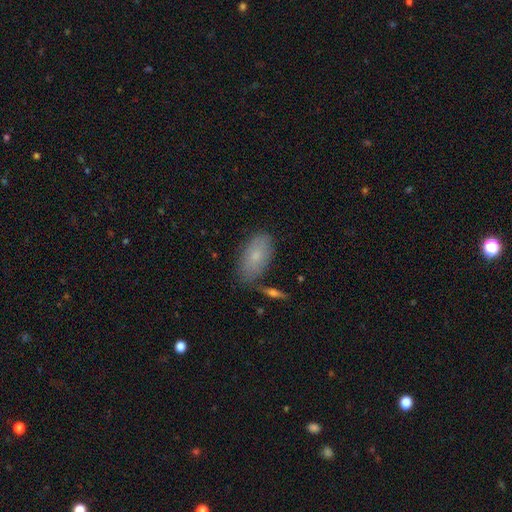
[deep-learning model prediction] smooth_or_featured: smooth (p=0.76) [alt: featured or disk p=0.17]
how_rounded: in between (p=0.92) [alt: cigar-shaped p=0.04]
merging: none (p=0.73) [alt: minor disturbance p=0.17]